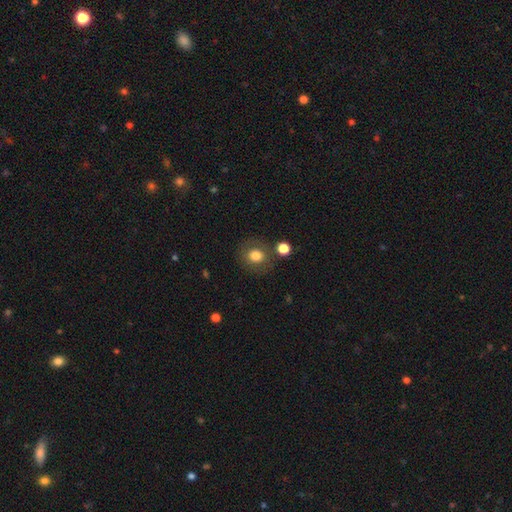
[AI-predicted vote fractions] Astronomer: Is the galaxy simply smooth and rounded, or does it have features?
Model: smooth — 77%.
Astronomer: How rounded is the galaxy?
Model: round — 75%.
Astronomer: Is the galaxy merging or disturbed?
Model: none — 79%.